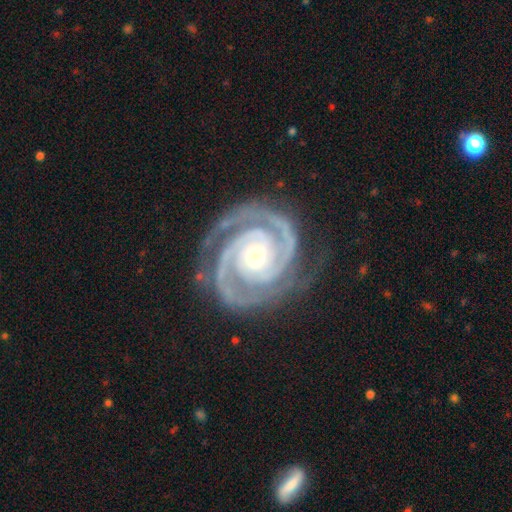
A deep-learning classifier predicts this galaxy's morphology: Overall: featured or disk (94%). Edge-on disk: no (98%). Bar: no (64%). Spiral arms: yes (99%). Spiral arm count: 2 (85%). Spiral winding: tight (81%). Bulge size: moderate (56%; small 39%). Merging: none (82%).